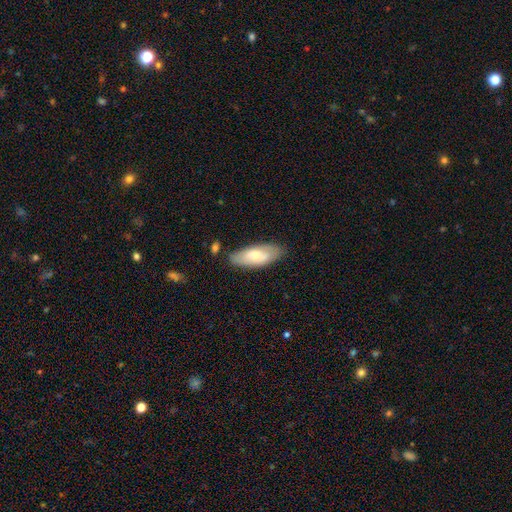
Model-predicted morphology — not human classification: Smooth or featured? Predicted: smooth (p=0.64). How rounded? Predicted: in between (p=0.80). Merging? Predicted: none (p=0.76).